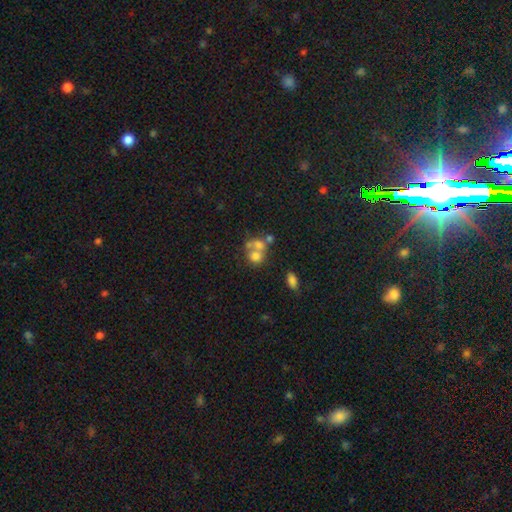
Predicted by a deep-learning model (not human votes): Q: Smooth or featured?
A: smooth (64%); runner-up: featured or disk (22%)
Q: How rounded?
A: round (67%); runner-up: in between (32%)
Q: Merging?
A: merger (55%); runner-up: none (30%)